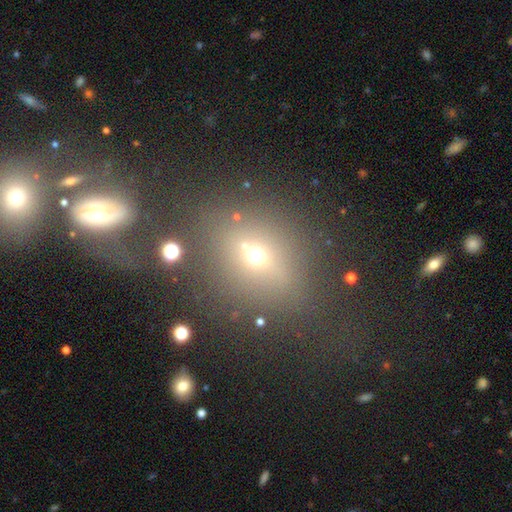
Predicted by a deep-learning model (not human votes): Smooth or featured: smooth — 55% (star or artifact — 28%)
How rounded: round — 69% (in between — 29%)
Merging: none — 74% (minor disturbance — 11%)